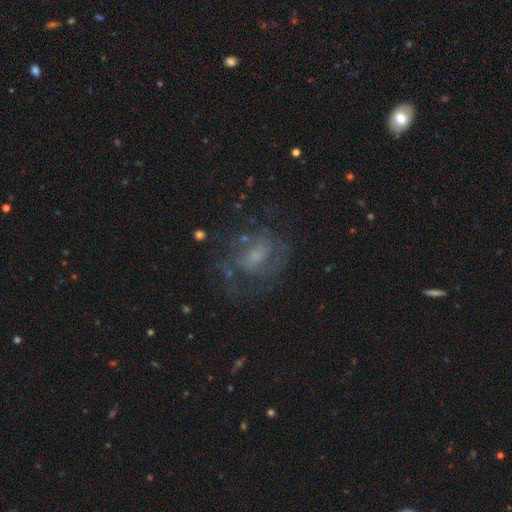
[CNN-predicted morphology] A featured or disk galaxy (62%) with no bar (52%), spiral arms (72%) and a small central bulge (40%).

Vote fractions:
- Smooth or featured? featured or disk: 62% / smooth: 25% / star or artifact: 14%
- Edge-on disk? no: 97% / yes: 3%
- Bar? no: 52% / weak: 39% / strong: 9%
- Spiral arms? yes: 72% / no: 28%
- Bulge size? small: 40% / moderate: 30% / none: 23% / large: 6% / dominant: 2%
- Merging? none: 58% / major disturbance: 21% / minor disturbance: 19% / merger: 3%